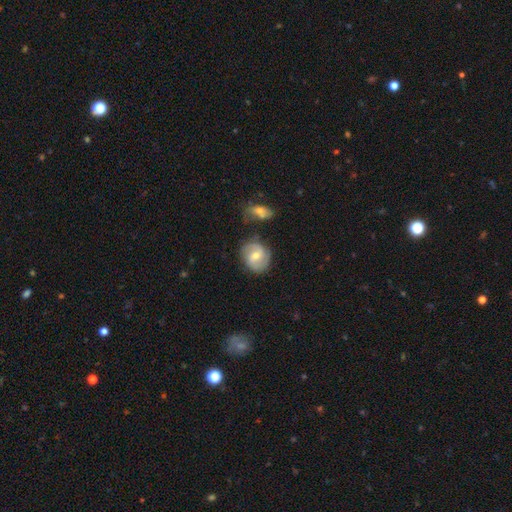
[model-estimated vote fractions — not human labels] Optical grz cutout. It shows a featured or disk galaxy (60%) with a weak bar (49%), spiral arms (84%) and a moderate central bulge (61%). Merging: none (71%).